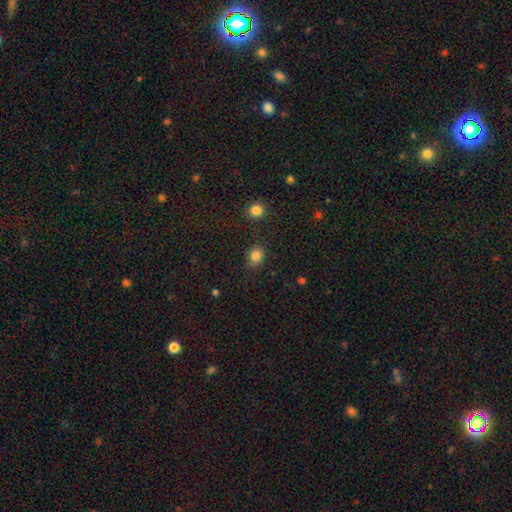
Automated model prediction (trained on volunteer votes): A smooth galaxy with no disk features (84%) that is round (63%). Merging: none (84%).